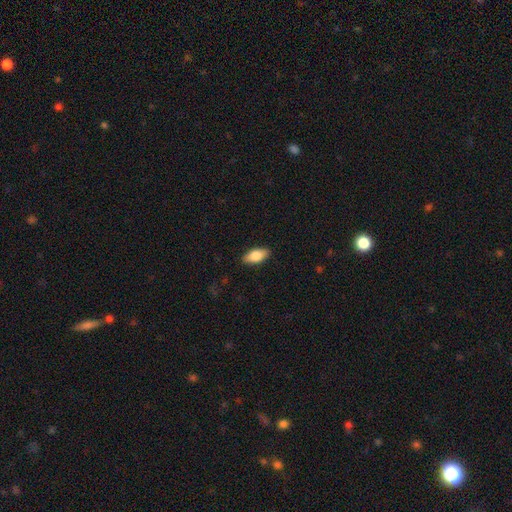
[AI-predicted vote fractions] smooth_or_featured: smooth (p=0.78) [alt: featured or disk p=0.15]
how_rounded: in between (p=0.89) [alt: cigar-shaped p=0.08]
merging: none (p=0.88) [alt: minor disturbance p=0.09]